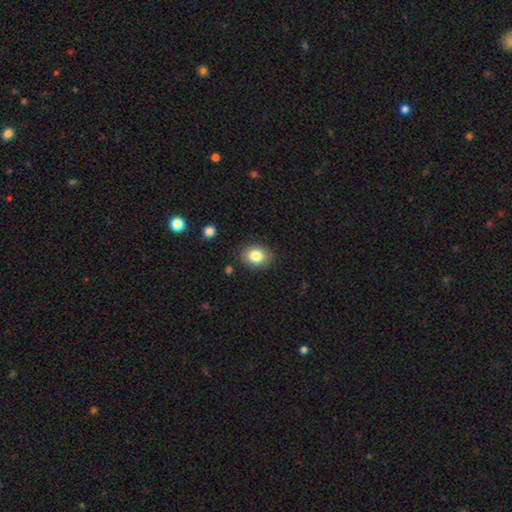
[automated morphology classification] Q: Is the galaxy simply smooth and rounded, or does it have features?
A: smooth — 83%.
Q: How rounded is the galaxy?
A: round — 56%.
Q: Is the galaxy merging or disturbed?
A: none — 85%.